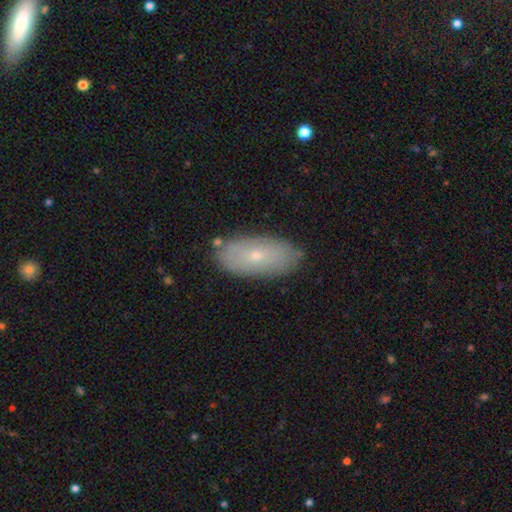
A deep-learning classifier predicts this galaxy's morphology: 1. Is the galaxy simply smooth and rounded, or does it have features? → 60% smooth, 32% featured or disk, 8% star or artifact.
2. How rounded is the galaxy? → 90% in between, 6% cigar-shaped, 3% round.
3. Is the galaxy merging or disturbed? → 83% none, 12% minor disturbance, 2% major disturbance, 2% merger.